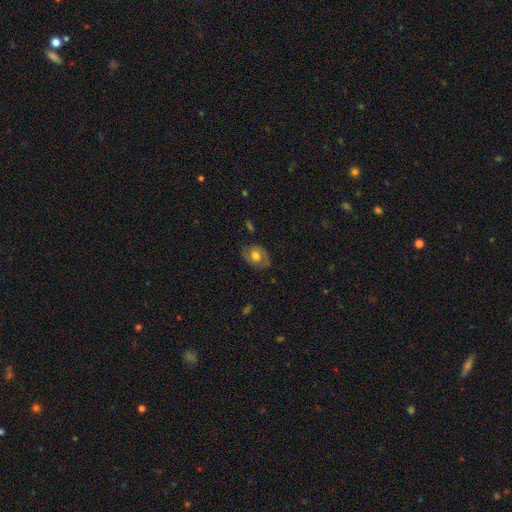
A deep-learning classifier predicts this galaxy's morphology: A smooth galaxy with no disk features (50%).

Vote fractions:
- Smooth or featured? smooth: 50% / featured or disk: 42% / star or artifact: 9%
- Merging? none: 73% / minor disturbance: 20% / major disturbance: 6% / merger: 1%